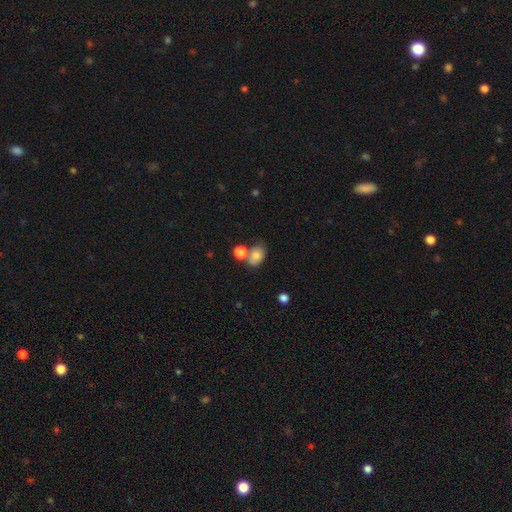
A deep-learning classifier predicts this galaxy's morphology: The model was most divided on "merging": none: 45%, merger: 32%, minor disturbance: 17%, major disturbance: 7%. More confident: smooth or featured — smooth (74%); how rounded — in between (71%).